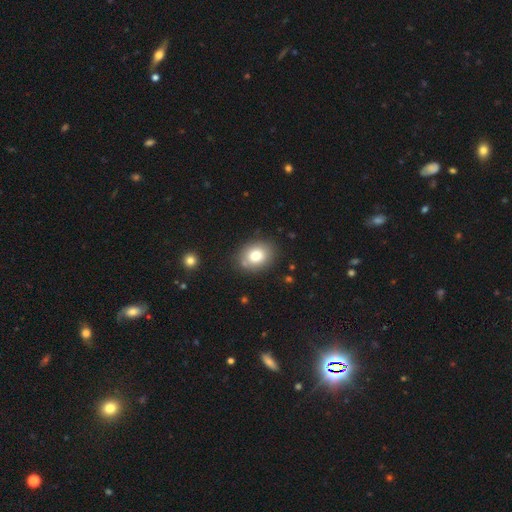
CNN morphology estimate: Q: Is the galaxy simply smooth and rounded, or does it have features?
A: smooth — 78%.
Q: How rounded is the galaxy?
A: in between — 50%.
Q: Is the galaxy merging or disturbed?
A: none — 80%.